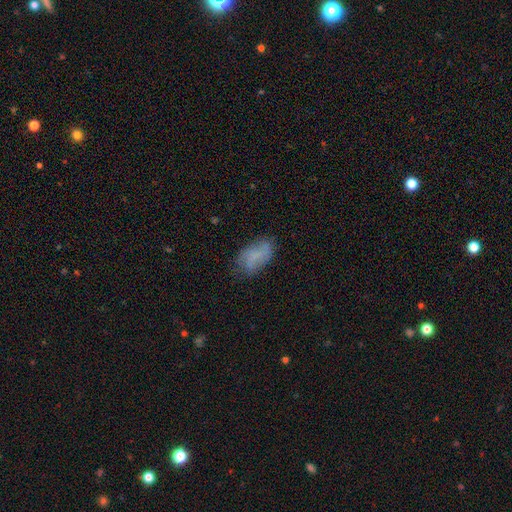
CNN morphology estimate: Q: Smooth or featured?
A: smooth (59%); runner-up: featured or disk (32%)
Q: How rounded?
A: in between (92%); runner-up: round (5%)
Q: Merging?
A: none (62%); runner-up: minor disturbance (27%)